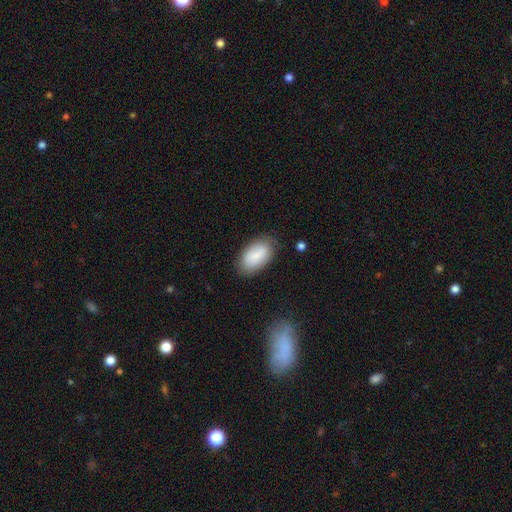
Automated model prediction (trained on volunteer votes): Smooth or featured? smooth (80%)
How rounded? in between (94%)
Merging? none (80%)